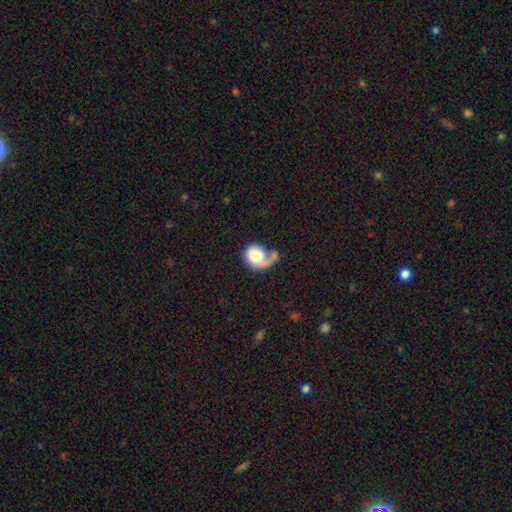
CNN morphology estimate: Smooth or featured?
  - smooth: 54% *
  - featured or disk: 39%
  - star or artifact: 7%
How rounded?
  - round: 54% *
  - in between: 45%
  - cigar-shaped: 1%
Merging?
  - major disturbance: 38% *
  - none: 29%
  - minor disturbance: 19%
  - merger: 15%